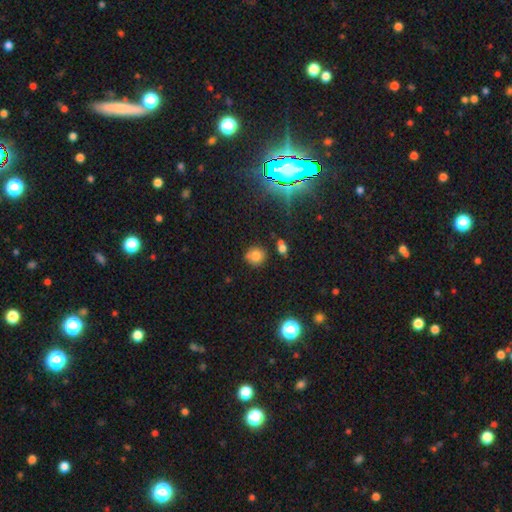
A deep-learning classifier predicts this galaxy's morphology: Smooth or featured?
  - smooth: 73% *
  - star or artifact: 17%
  - featured or disk: 9%
How rounded?
  - round: 88% *
  - in between: 11%
  - cigar-shaped: 1%
Merging?
  - none: 74% *
  - minor disturbance: 13%
  - merger: 9%
  - major disturbance: 3%